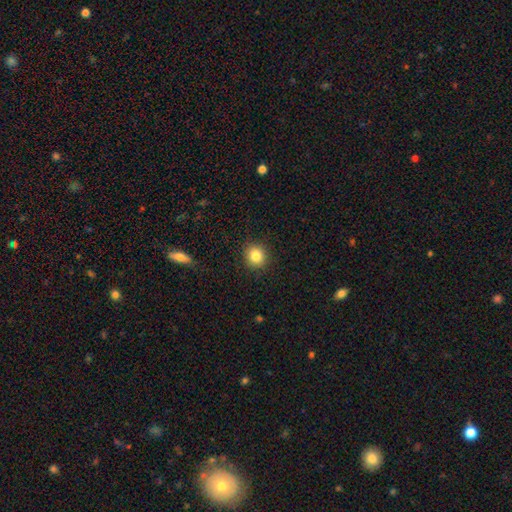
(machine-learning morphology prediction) This appears to be a smooth galaxy with no disk features (84%) that is round (87%). Merging: none (91%).